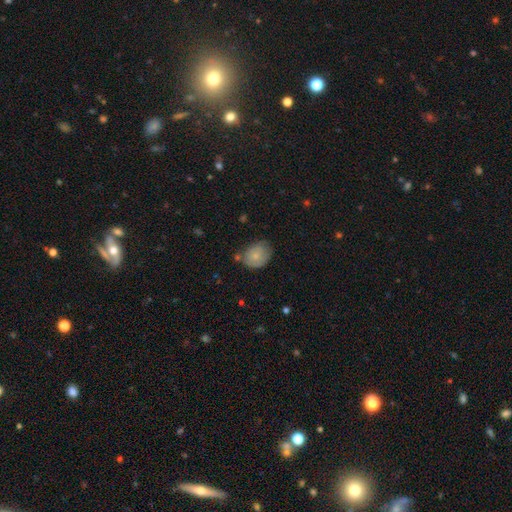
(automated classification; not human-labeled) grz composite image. It shows a smooth galaxy with no disk features (72%) that is in between round and cigar-shaped (52%). Merging: none (56%).